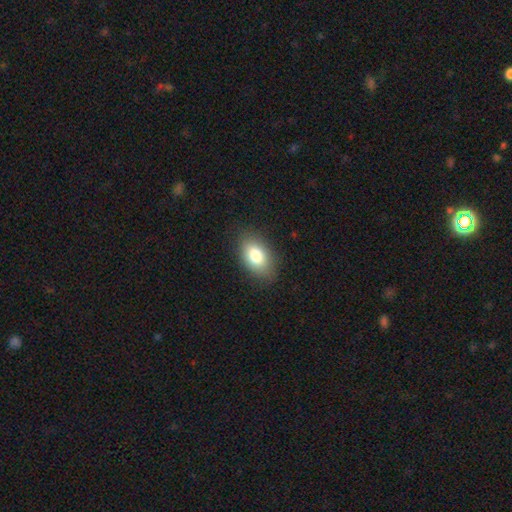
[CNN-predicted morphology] type=smooth (82%); roundness=in between (90%); merging=none (83%).